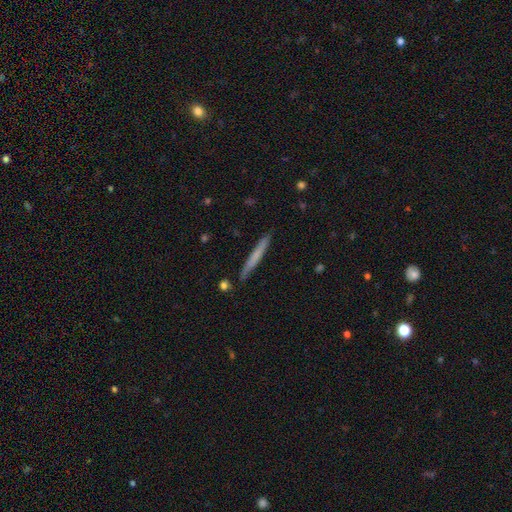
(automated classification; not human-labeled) Overall: smooth (61%; featured or disk 33%). How rounded: cigar-shaped (96%). Merging: none (87%).